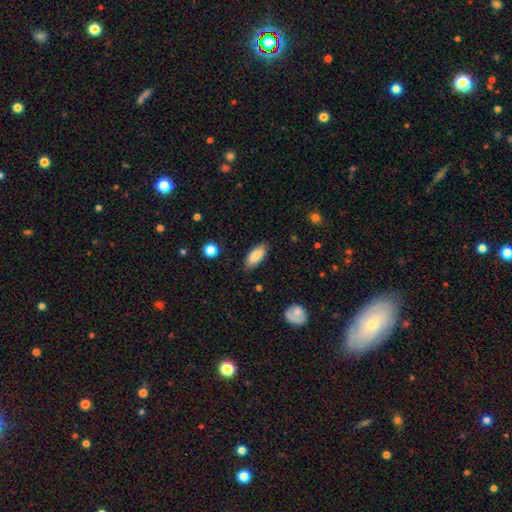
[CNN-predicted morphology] smooth_or_featured: smooth (p=0.86) [alt: featured or disk p=0.08]
how_rounded: in between (p=0.82) [alt: cigar-shaped p=0.16]
merging: none (p=0.85) [alt: minor disturbance p=0.11]